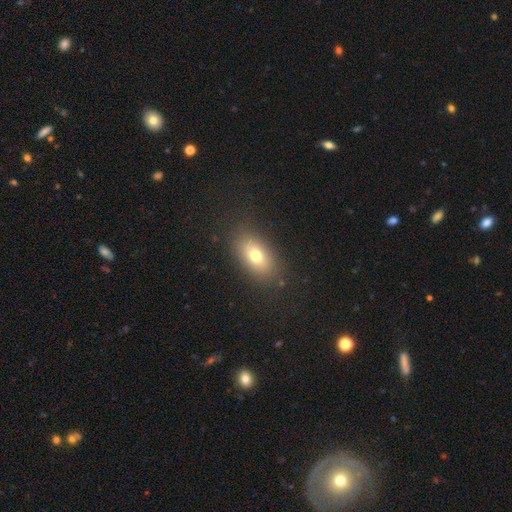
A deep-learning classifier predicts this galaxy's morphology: Q: Smooth or featured?
A: smooth (72%); runner-up: featured or disk (17%)
Q: How rounded?
A: in between (86%); runner-up: round (10%)
Q: Merging?
A: none (84%); runner-up: minor disturbance (11%)